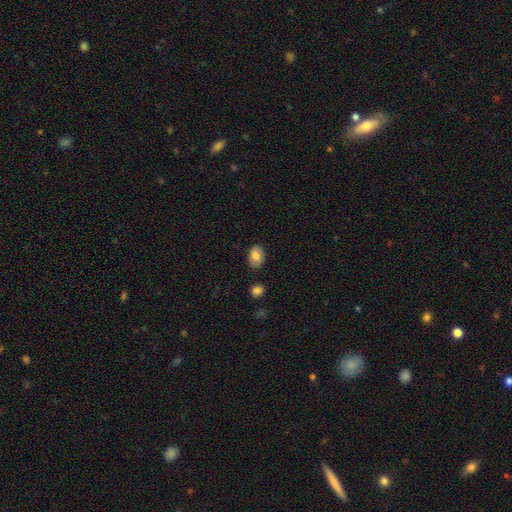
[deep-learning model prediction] Smooth or featured? Predicted: smooth (p=0.82). How rounded? Predicted: in between (p=0.78). Merging? Predicted: none (p=0.83).